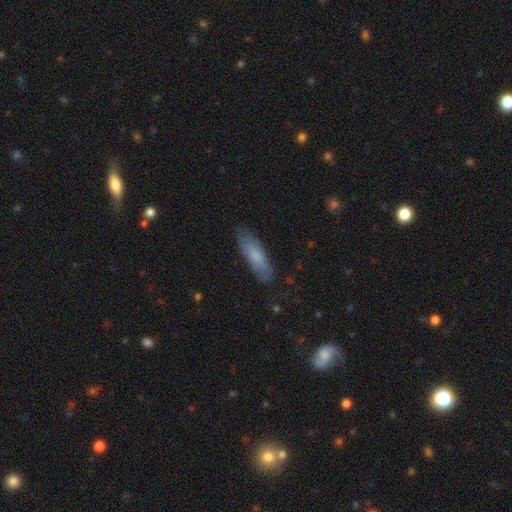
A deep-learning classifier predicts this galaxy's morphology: This appears to be a smooth galaxy with no disk features (69%) that is cigar-shaped (54%). Merging: none (78%).